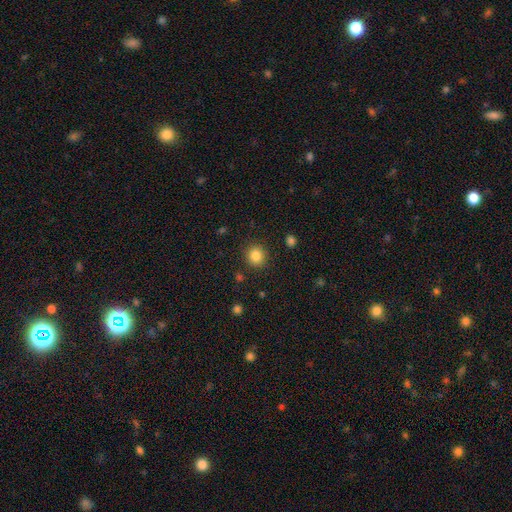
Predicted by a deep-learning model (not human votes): A smooth galaxy with no disk features (84%) that is round (90%). Merging: none (89%).